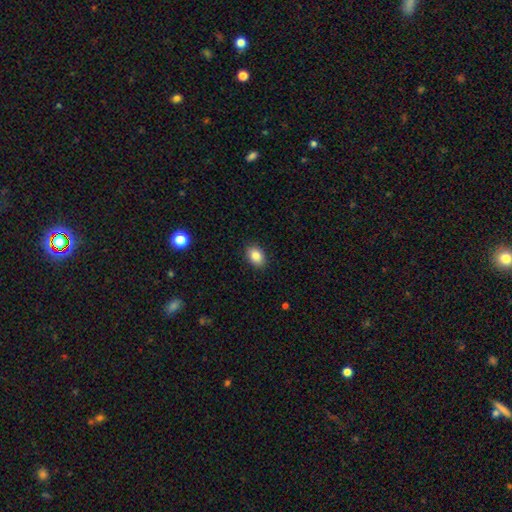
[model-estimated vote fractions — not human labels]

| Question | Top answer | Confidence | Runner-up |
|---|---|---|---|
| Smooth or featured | smooth | 86% | star or artifact (8%) |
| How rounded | in between | 79% | round (20%) |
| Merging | none | 89% | minor disturbance (8%) |